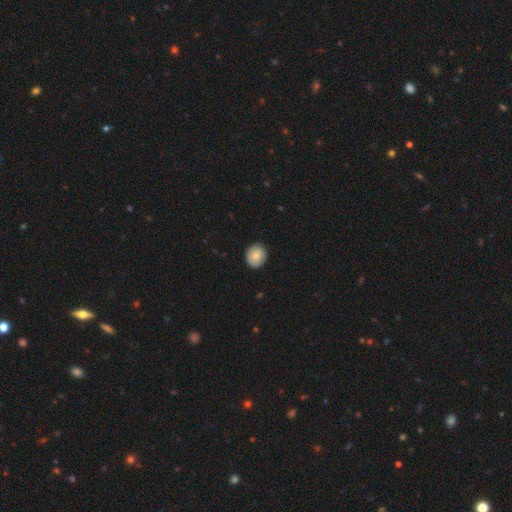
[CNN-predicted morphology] type=smooth (84%); roundness=round (77%); merging=none (89%).